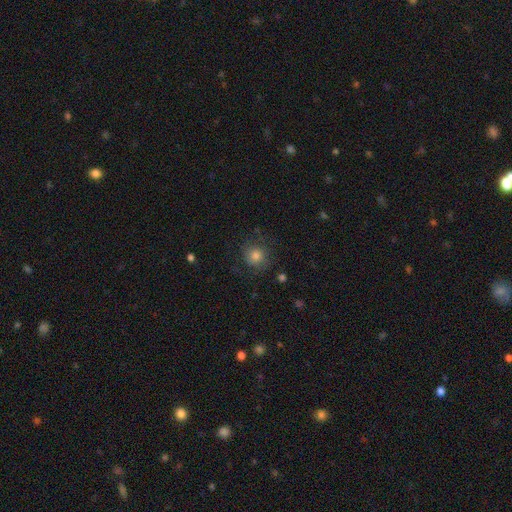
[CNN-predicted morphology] type=smooth (73%); roundness=round (90%); merging=none (76%).